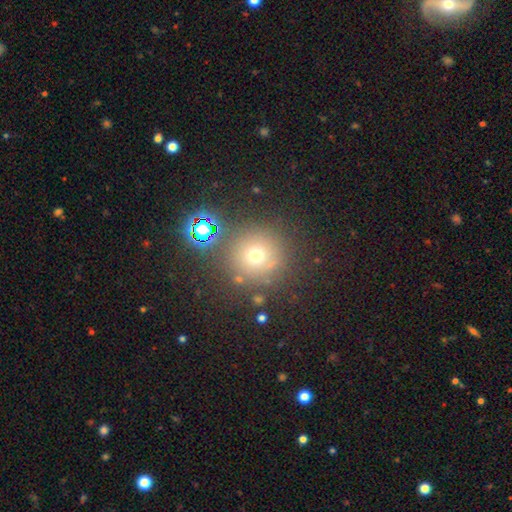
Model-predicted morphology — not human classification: Smooth or featured?
  - smooth: 65% *
  - star or artifact: 23%
  - featured or disk: 11%
How rounded?
  - round: 94% *
  - in between: 5%
  - cigar-shaped: 1%
Merging?
  - none: 80% *
  - minor disturbance: 9%
  - merger: 7%
  - major disturbance: 4%